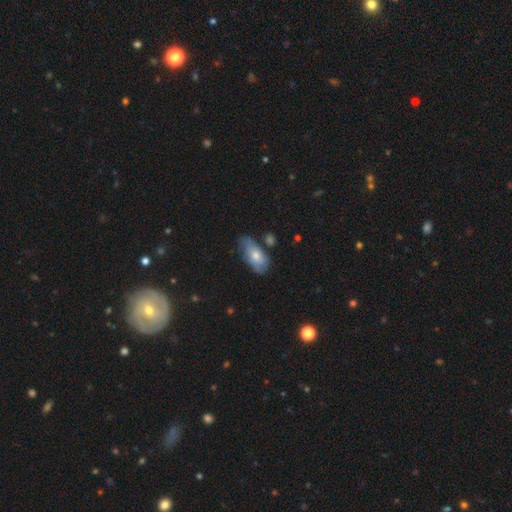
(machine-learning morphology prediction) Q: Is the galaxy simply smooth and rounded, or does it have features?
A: smooth — 63%.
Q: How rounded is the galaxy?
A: in between — 91%.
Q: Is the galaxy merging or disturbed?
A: none — 48%.